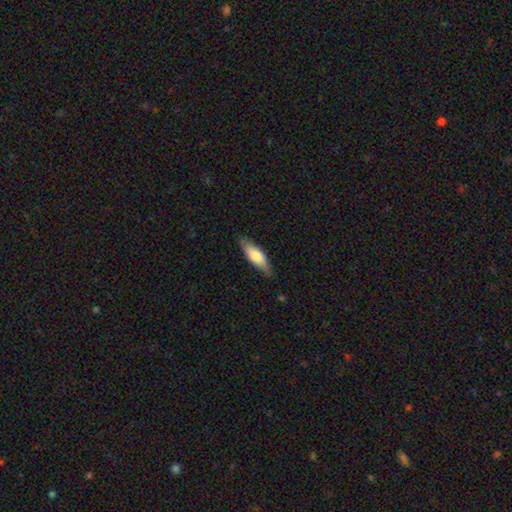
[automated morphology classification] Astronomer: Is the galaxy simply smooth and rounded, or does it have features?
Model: smooth — 71%.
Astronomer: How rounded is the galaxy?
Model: in between — 58% (runner-up: cigar-shaped, 40%).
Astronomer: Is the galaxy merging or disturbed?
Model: none — 81%.